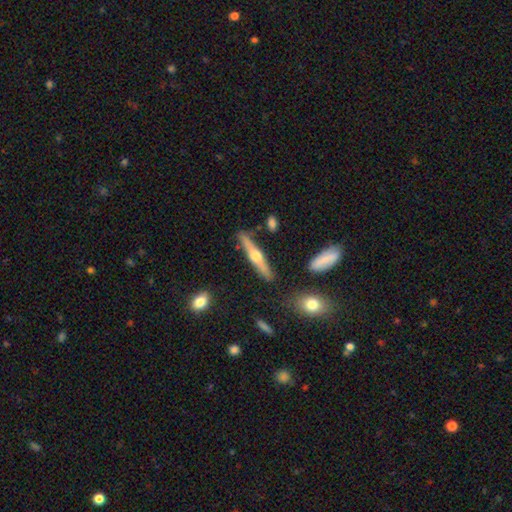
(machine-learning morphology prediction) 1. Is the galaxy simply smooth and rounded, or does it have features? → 67% featured or disk, 27% smooth, 6% star or artifact.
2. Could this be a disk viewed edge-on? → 97% yes, 3% no.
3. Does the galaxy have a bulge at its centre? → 93% rounded, 4% none, 3% boxy.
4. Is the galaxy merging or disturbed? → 85% none, 10% minor disturbance, 3% merger, 2% major disturbance.